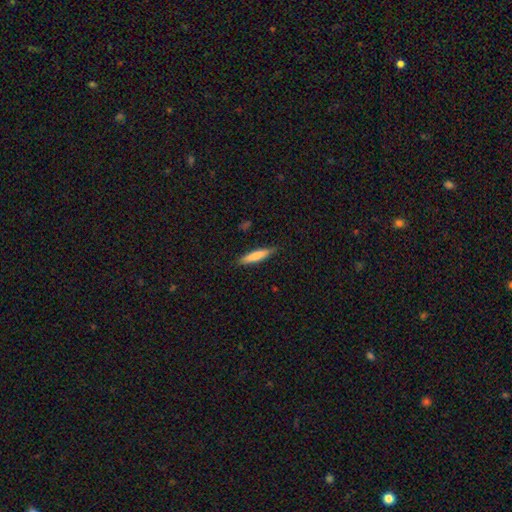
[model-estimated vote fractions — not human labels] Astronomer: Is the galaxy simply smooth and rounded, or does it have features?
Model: smooth — 75%.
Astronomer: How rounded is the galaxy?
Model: cigar-shaped — 85%.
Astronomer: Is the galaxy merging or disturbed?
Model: none — 88%.